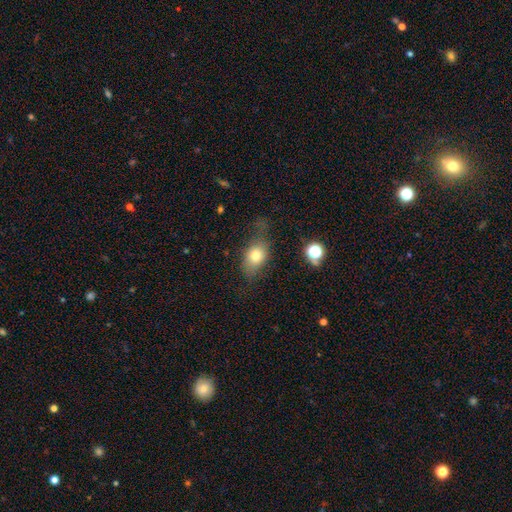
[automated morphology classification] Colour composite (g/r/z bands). It shows a smooth galaxy with no disk features (74%) that is in between round and cigar-shaped (75%). Merging: none (52%).